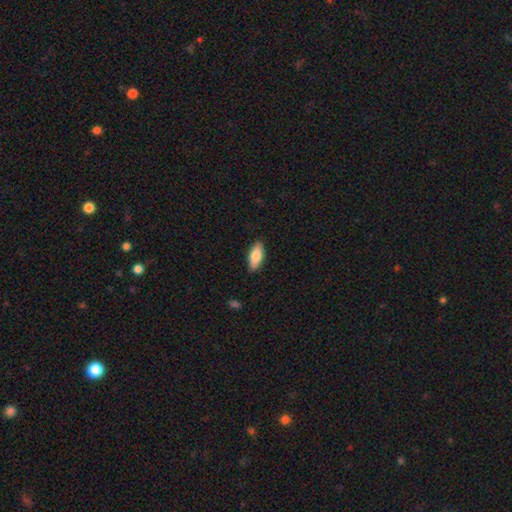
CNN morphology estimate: This appears to be a smooth galaxy with no disk features (79%) that is in between round and cigar-shaped (80%). Merging: none (87%).